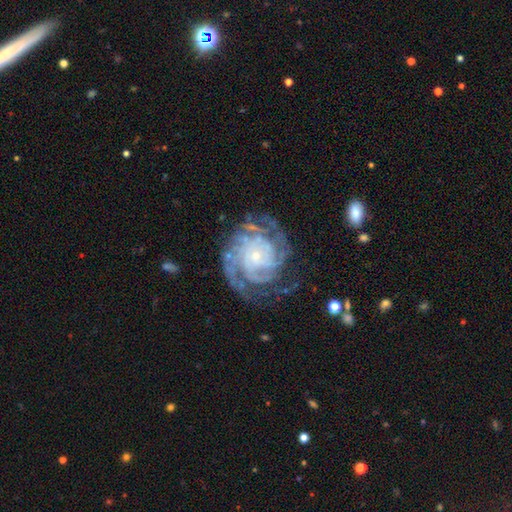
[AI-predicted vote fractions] A featured or disk galaxy (89%) with no bar (76%), can't tell (22%, tied with 3) tight (72%) spiral arms (97%) and a small central bulge (78%).

Vote fractions:
- Smooth or featured? featured or disk: 89% / smooth: 5% / star or artifact: 5%
- Edge-on disk? no: 98% / yes: 2%
- Bar? no: 76% / weak: 18% / strong: 5%
- Spiral arms? yes: 97% / no: 3%
- Spiral winding? tight: 72% / medium: 24% / loose: 4%
- Spiral arm count? can't tell: 22% (tied) / 3: 22% (tied) / 2: 21% / 4: 19% / more than 4: 10% / 1: 7%
- Bulge size? small: 78% / moderate: 14% / none: 4% / large: 2% / dominant: 1%
- Merging? none: 71% / minor disturbance: 17% / major disturbance: 11% / merger: 2%